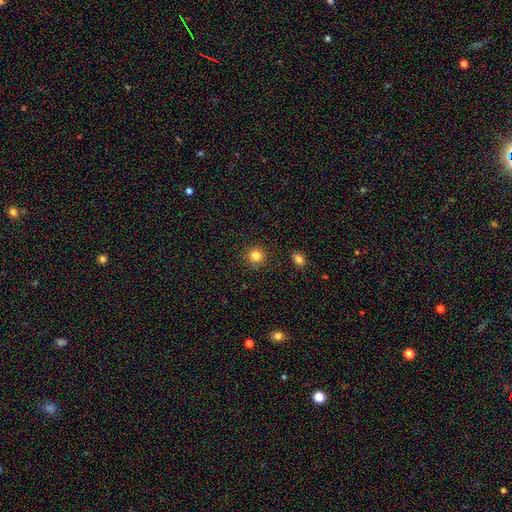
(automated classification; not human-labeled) A smooth galaxy with no disk features (83%) that is round (92%).

Vote fractions:
- Smooth or featured? smooth: 83% / star or artifact: 12% / featured or disk: 6%
- How rounded? round: 92% / in between: 7% / cigar-shaped: 1%
- Merging? none: 90% / minor disturbance: 6% / major disturbance: 2% / merger: 2%